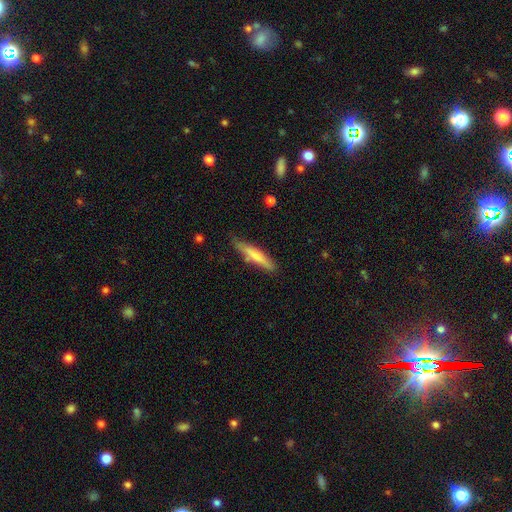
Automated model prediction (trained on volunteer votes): Overall: smooth (66%; featured or disk 28%). How rounded: cigar-shaped (88%). Merging: none (76%).